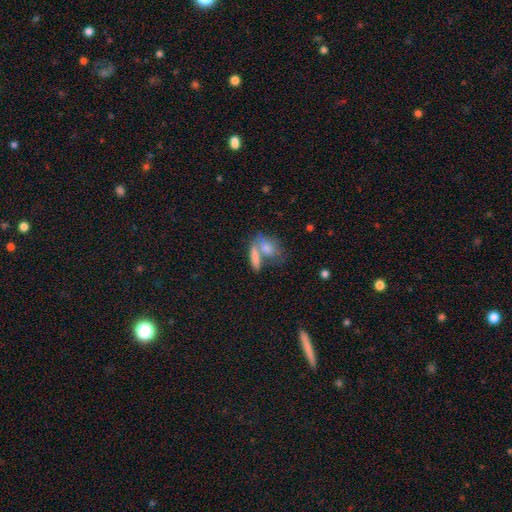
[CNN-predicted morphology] type=smooth (71%); roundness=in between (65%); merging=merger (49%).